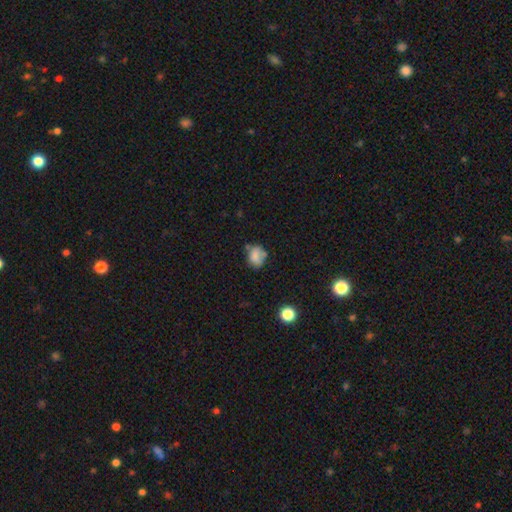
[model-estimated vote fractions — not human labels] smooth 74%, featured or disk 15%, star or artifact 11%. Down the decision tree: how rounded — in between (50%); merging — none (51%).